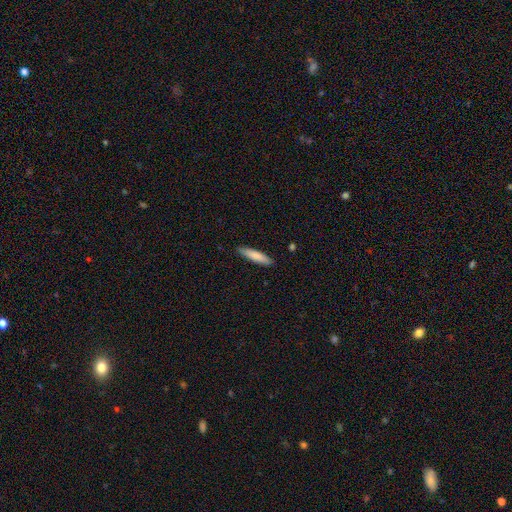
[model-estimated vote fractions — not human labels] smooth-or-featured: smooth: 83% | featured or disk: 11% | star or artifact: 5%
  how-rounded: cigar-shaped: 80% | in between: 19% | round: 1%
  merging: none: 89% | minor disturbance: 9% | major disturbance: 2% | merger: 1%